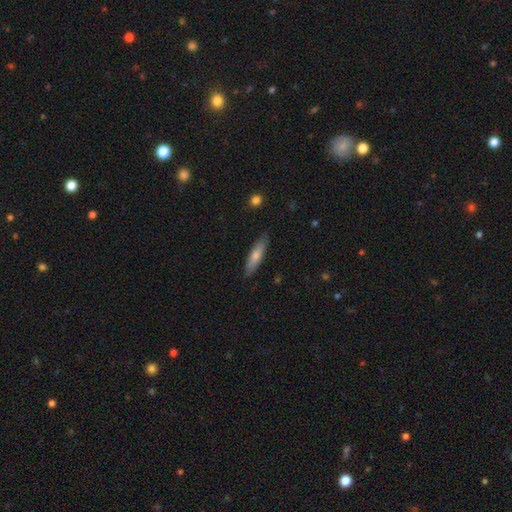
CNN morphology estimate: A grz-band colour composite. It shows a smooth galaxy with no disk features (69%) that is cigar-shaped (73%). Merging: none (85%).